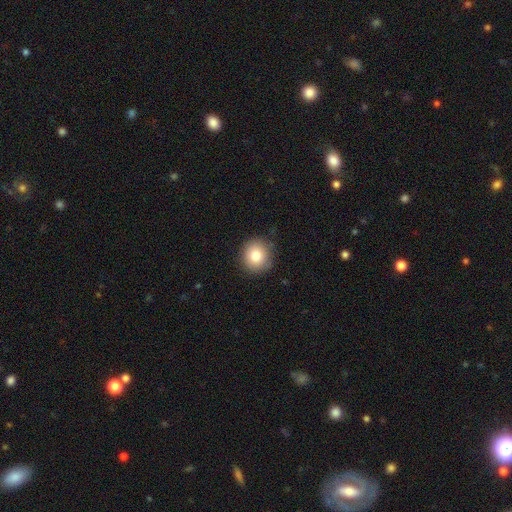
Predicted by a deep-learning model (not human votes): Smooth or featured? Predicted: smooth (p=0.80). How rounded? Predicted: round (p=0.89). Merging? Predicted: none (p=0.86).